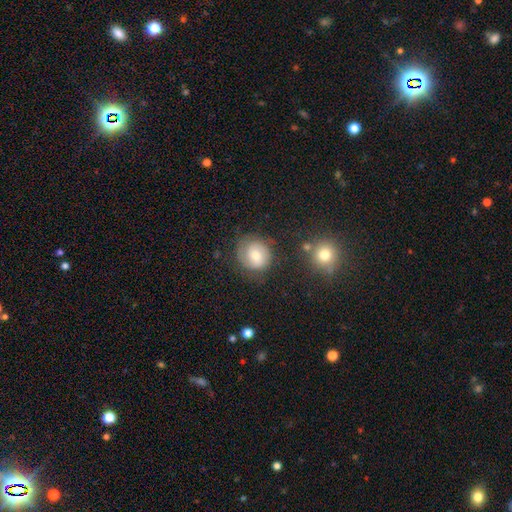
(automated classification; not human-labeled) smooth-or-featured: smooth: 53% | featured or disk: 38% | star or artifact: 9%
  how-rounded: round: 83% | in between: 16% | cigar-shaped: 1%
  merging: none: 70% | minor disturbance: 19% | major disturbance: 8% | merger: 3%